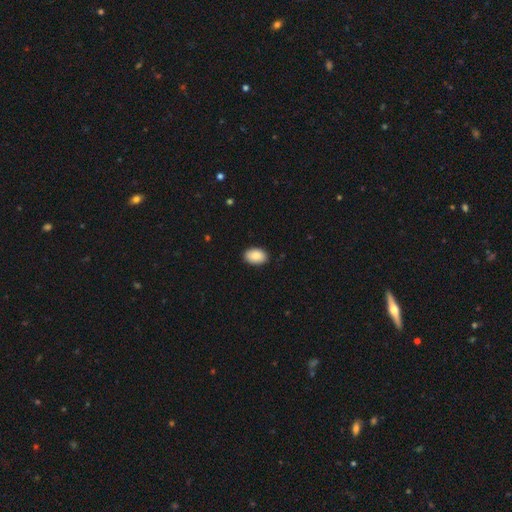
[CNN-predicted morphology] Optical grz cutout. It shows a smooth galaxy with no disk features (87%) that is in between round and cigar-shaped (88%). Merging: none (89%).